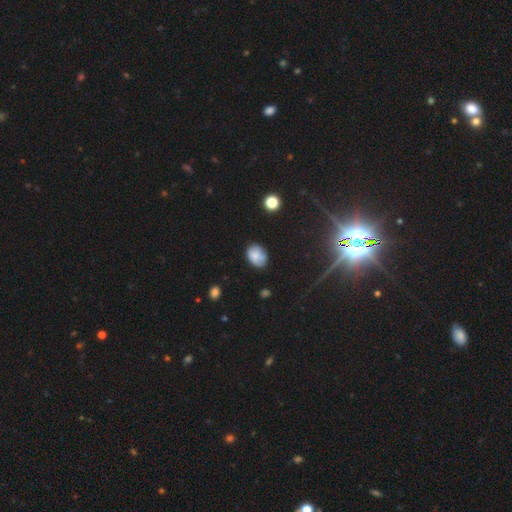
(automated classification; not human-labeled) A smooth galaxy with no disk features (73%) that is in between round and cigar-shaped (67%).

Vote fractions:
- Smooth or featured? smooth: 73% / featured or disk: 17% / star or artifact: 10%
- How rounded? in between: 67% / round: 32% / cigar-shaped: 1%
- Merging? none: 65% / minor disturbance: 26% / major disturbance: 6% / merger: 3%